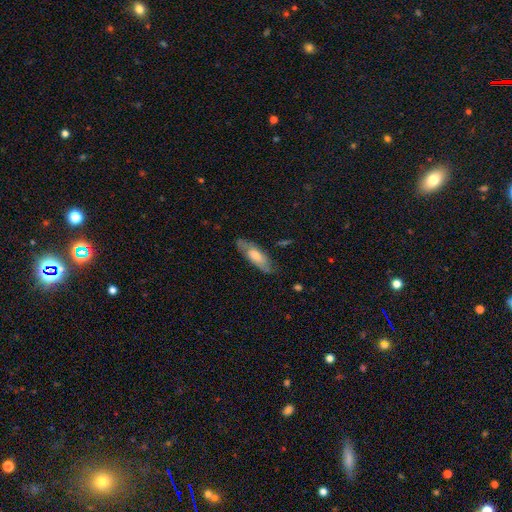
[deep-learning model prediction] A smooth galaxy with no disk features (57%) that is in between round and cigar-shaped (65%).

Vote fractions:
- Smooth or featured? smooth: 57% / featured or disk: 37% / star or artifact: 6%
- How rounded? in between: 65% / cigar-shaped: 33% / round: 2%
- Merging? none: 68% / minor disturbance: 23% / major disturbance: 7% / merger: 2%